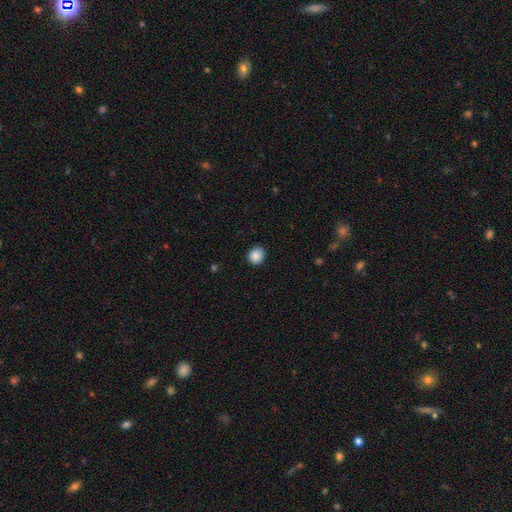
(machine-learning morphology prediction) A smooth galaxy with no disk features (88%) that is round (79%). Merging: none (89%).